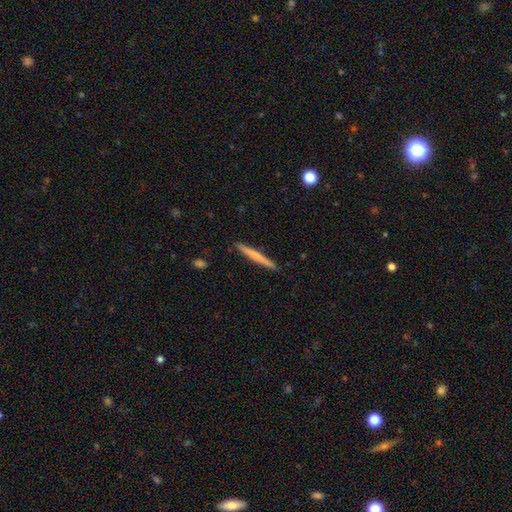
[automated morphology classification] Q: Smooth or featured?
A: smooth (62%); runner-up: featured or disk (33%)
Q: How rounded?
A: cigar-shaped (97%); runner-up: in between (2%)
Q: Merging?
A: none (91%); runner-up: minor disturbance (6%)